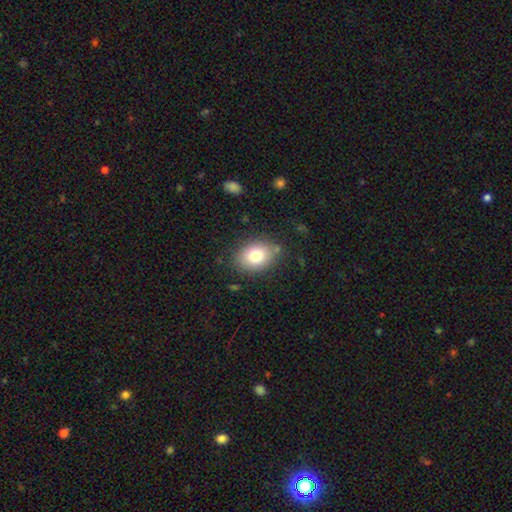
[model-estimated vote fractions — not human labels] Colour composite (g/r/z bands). It shows a smooth galaxy with no disk features (78%) that is in between round and cigar-shaped (66%). Merging: none (81%).